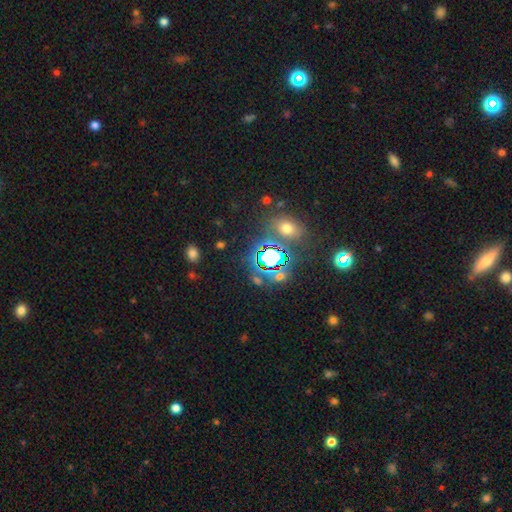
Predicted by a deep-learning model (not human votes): star or artifact 75%, smooth 17%, featured or disk 8%.